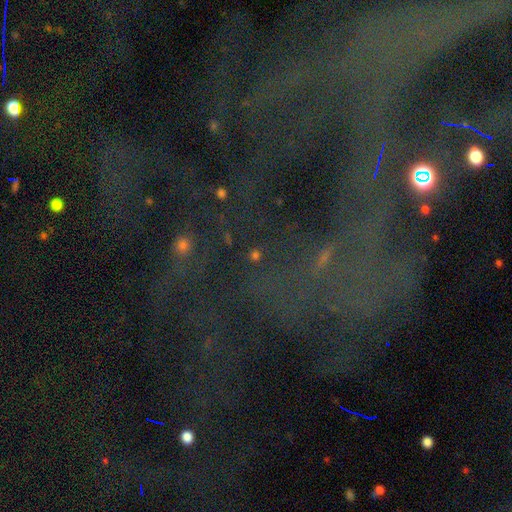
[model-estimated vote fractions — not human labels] Morphology: type=star or artifact (60%).